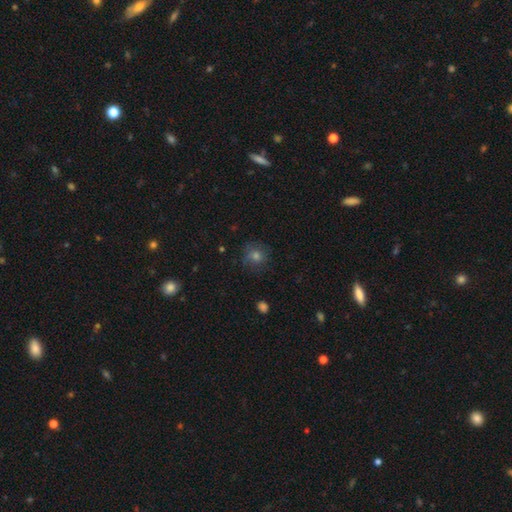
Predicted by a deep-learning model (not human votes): Overall: smooth (55%; star or artifact 25%). How rounded: round (88%). Merging: none (79%).